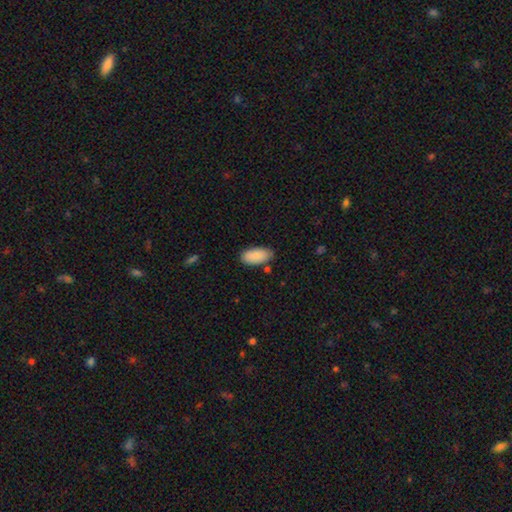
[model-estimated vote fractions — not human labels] smooth 89%, star or artifact 6%, featured or disk 4%. Down the decision tree: how rounded — in between (92%); merging — none (79%).